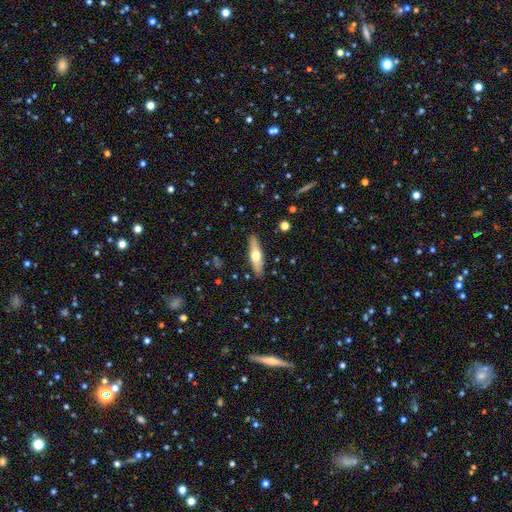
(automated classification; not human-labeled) smooth 49%, featured or disk 45%, star or artifact 6%. Down the decision tree: merging — none (88%).